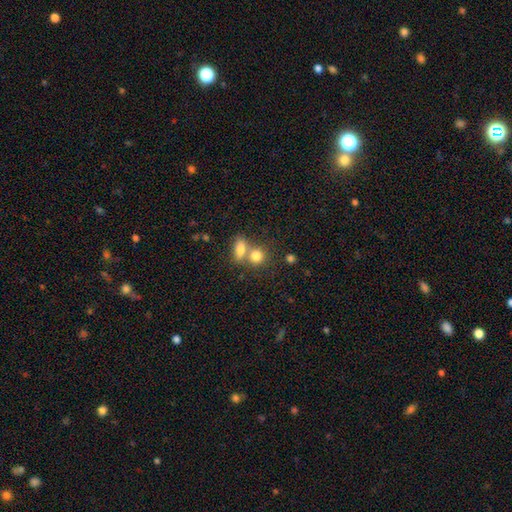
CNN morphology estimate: This is clearly a smooth galaxy (80%). How rounded: possibly round (60%). Merging: possibly merger (51%).